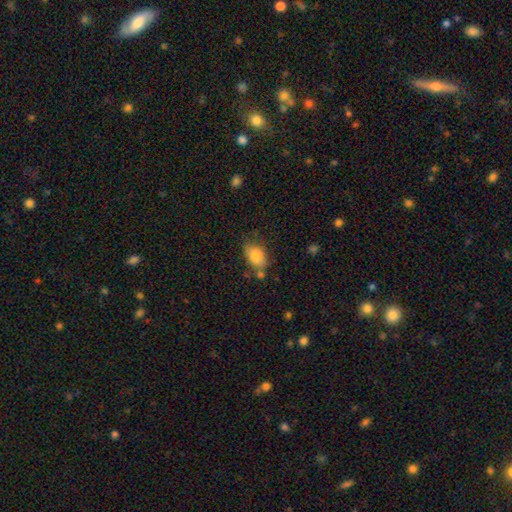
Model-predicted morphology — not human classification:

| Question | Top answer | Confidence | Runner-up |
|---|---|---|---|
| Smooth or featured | smooth | 82% | featured or disk (10%) |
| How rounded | in between | 85% | round (13%) |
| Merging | none | 60% | minor disturbance (23%) |